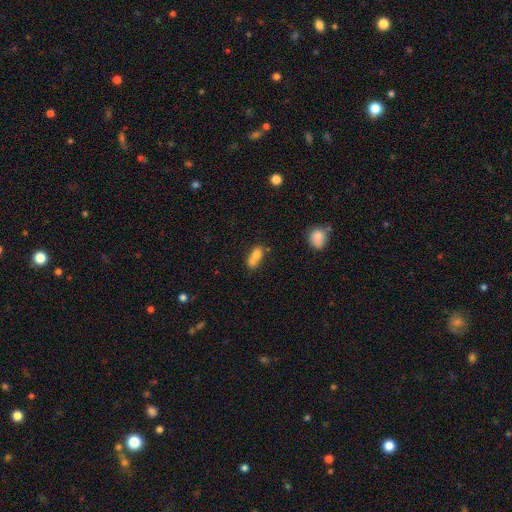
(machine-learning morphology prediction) Smooth or featured: smooth — 71% (featured or disk — 18%)
How rounded: in between — 58% (round — 38%)
Merging: merger — 62% (none — 24%)